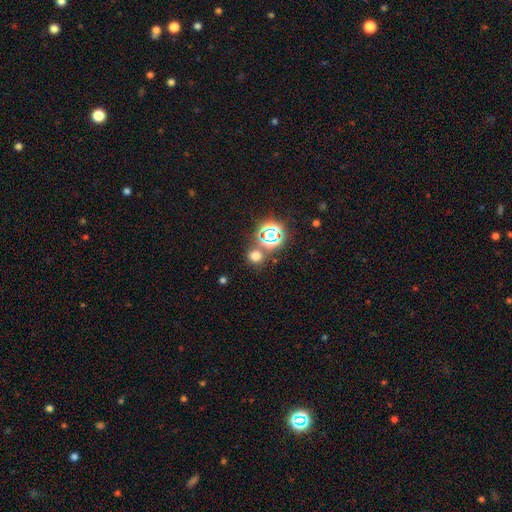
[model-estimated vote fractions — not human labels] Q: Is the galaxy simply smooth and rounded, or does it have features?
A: smooth — 62%.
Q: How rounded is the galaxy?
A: round — 85%.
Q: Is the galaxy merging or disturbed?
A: none — 74%.